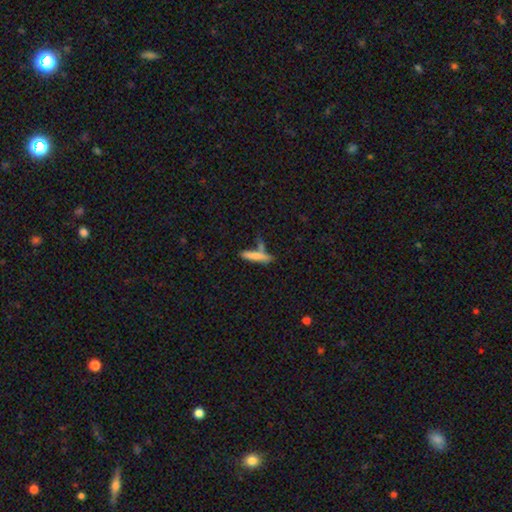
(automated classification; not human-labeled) This is likely a smooth galaxy (72%). How rounded: clearly cigar-shaped (85%). Merging: possibly none (55%).